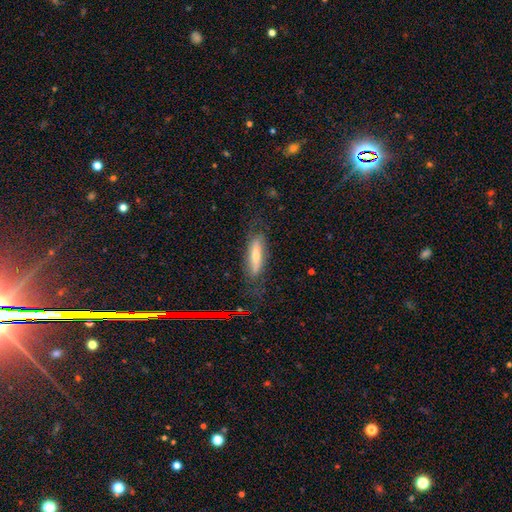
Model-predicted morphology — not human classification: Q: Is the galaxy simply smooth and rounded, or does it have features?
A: smooth — 53%.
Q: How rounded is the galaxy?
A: cigar-shaped — 64%.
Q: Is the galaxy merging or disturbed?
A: none — 72%.